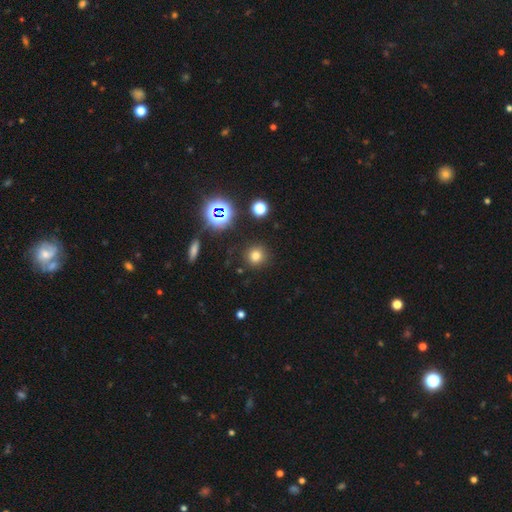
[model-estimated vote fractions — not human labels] Smooth or featured?
  - smooth: 73% *
  - star or artifact: 20%
  - featured or disk: 7%
How rounded?
  - round: 92% *
  - in between: 7%
  - cigar-shaped: 1%
Merging?
  - none: 88% *
  - minor disturbance: 7%
  - major disturbance: 3%
  - merger: 2%